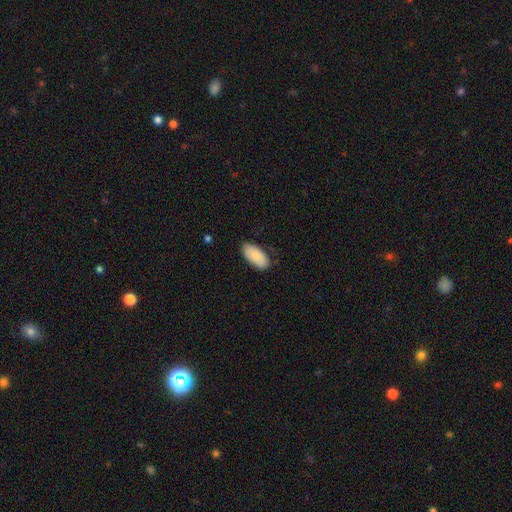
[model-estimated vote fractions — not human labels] A smooth galaxy with no disk features (87%) that is in between round and cigar-shaped (94%).

Vote fractions:
- Smooth or featured? smooth: 87% / featured or disk: 7% / star or artifact: 6%
- How rounded? in between: 94% / cigar-shaped: 5% / round: 2%
- Merging? none: 84% / minor disturbance: 13% / major disturbance: 2% / merger: 1%